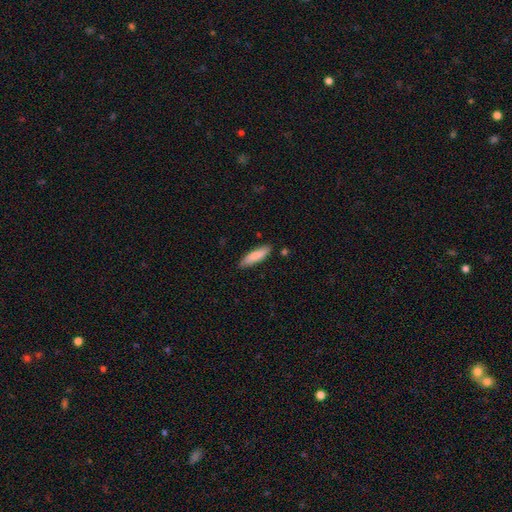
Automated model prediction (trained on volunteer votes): smooth-or-featured: smooth: 85% | featured or disk: 10% | star or artifact: 6%
  how-rounded: cigar-shaped: 63% | in between: 36% | round: 1%
  merging: none: 85% | minor disturbance: 11% | major disturbance: 2% | merger: 2%